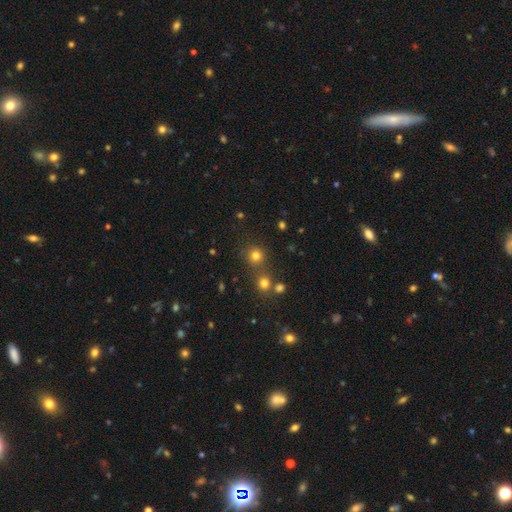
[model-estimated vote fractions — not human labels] Overall: smooth (75%). How rounded: round (90%). Merging: none (69%).